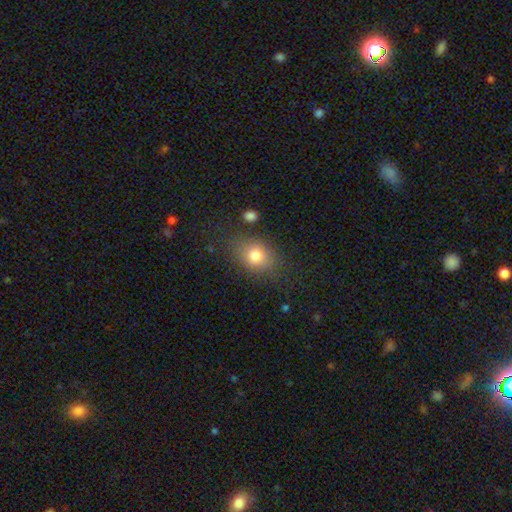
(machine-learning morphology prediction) smooth-or-featured: smooth: 78% | featured or disk: 11% | star or artifact: 11%
  how-rounded: in between: 61% | round: 38% | cigar-shaped: 1%
  merging: none: 75% | minor disturbance: 16% | major disturbance: 6% | merger: 3%